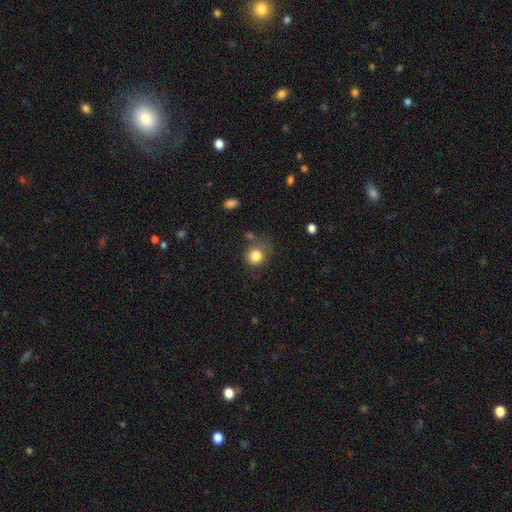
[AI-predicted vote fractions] smooth 83%, star or artifact 10%, featured or disk 7%. Down the decision tree: how rounded — round (83%); merging — none (63%).